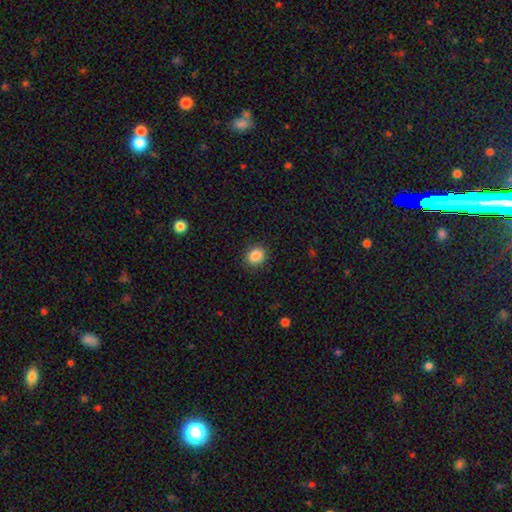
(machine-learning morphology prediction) This is clearly a smooth galaxy (88%). How rounded: likely round (64%). Merging: clearly none (89%).